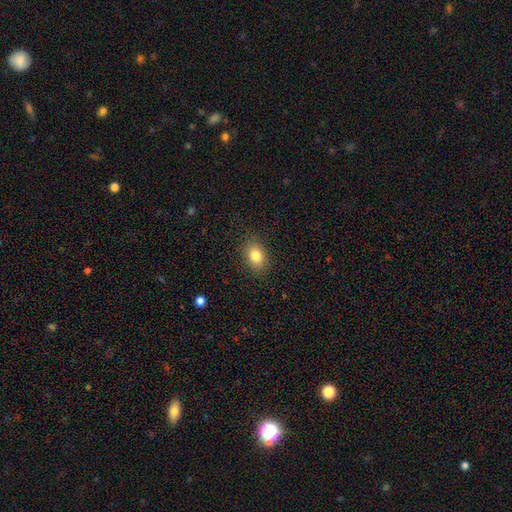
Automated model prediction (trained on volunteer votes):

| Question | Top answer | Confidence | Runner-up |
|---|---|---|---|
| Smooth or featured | smooth | 83% | star or artifact (10%) |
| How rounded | in between | 75% | round (24%) |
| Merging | none | 87% | minor disturbance (10%) |